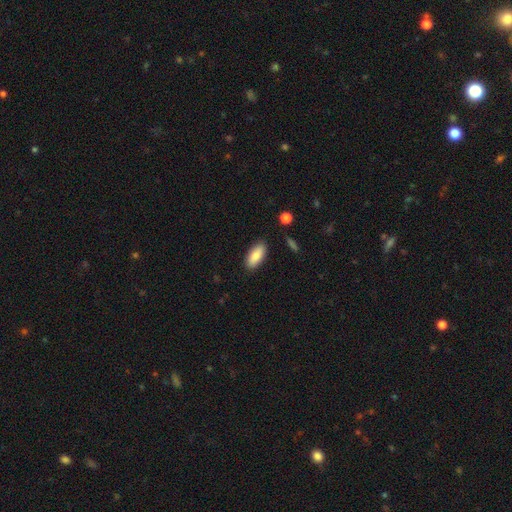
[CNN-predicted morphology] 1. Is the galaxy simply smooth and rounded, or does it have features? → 85% smooth, 8% featured or disk, 6% star or artifact.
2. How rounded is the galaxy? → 85% in between, 13% cigar-shaped, 2% round.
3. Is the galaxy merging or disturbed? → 87% none, 9% minor disturbance, 2% major disturbance, 2% merger.